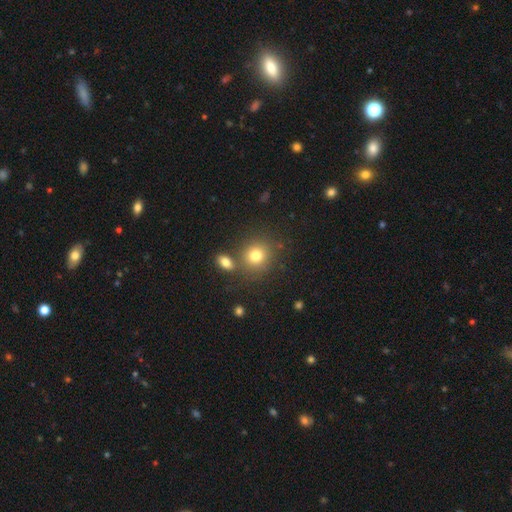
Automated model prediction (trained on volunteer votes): Overall: smooth (78%). How rounded: round (84%). Merging: none (71%).